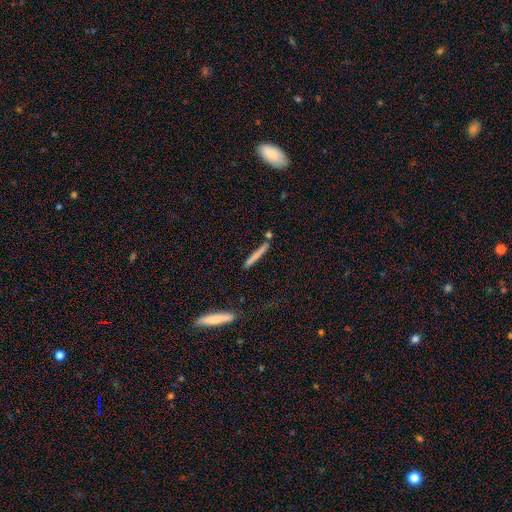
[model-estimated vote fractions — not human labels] Smooth or featured?
  - smooth: 67% *
  - featured or disk: 25%
  - star or artifact: 7%
How rounded?
  - cigar-shaped: 95% *
  - in between: 3%
  - round: 2%
Merging?
  - none: 79% *
  - minor disturbance: 11%
  - merger: 8%
  - major disturbance: 3%